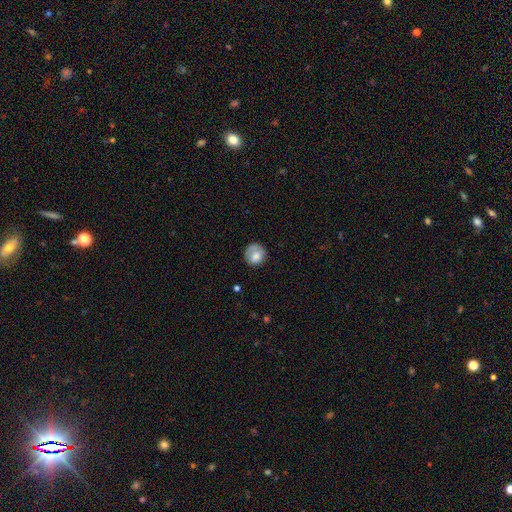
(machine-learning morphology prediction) A smooth galaxy with no disk features (72%) that is round (82%).

Vote fractions:
- Smooth or featured? smooth: 72% / featured or disk: 20% / star or artifact: 7%
- How rounded? round: 82% / in between: 18% / cigar-shaped: 1%
- Merging? none: 61% / minor disturbance: 24% / major disturbance: 13% / merger: 2%